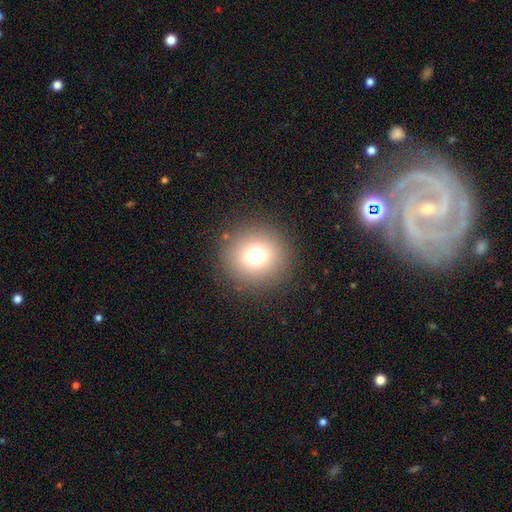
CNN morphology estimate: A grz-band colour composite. It shows a smooth galaxy with no disk features (71%) that is round (94%). Merging: none (89%).